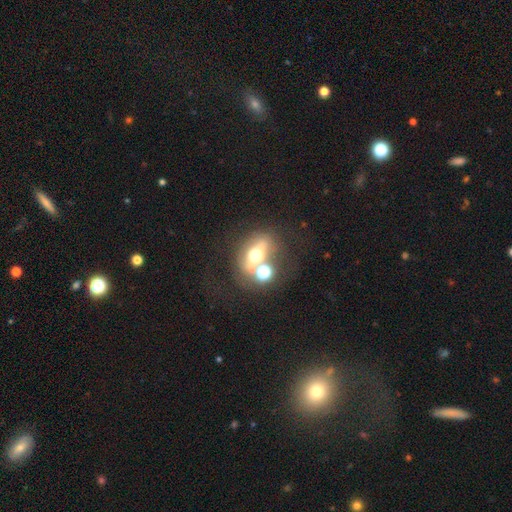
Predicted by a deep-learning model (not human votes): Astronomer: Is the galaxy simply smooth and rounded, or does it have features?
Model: smooth — 40%, tied with featured or disk at 40%.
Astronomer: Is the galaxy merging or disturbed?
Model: none — 52% (runner-up: merger, 27%).